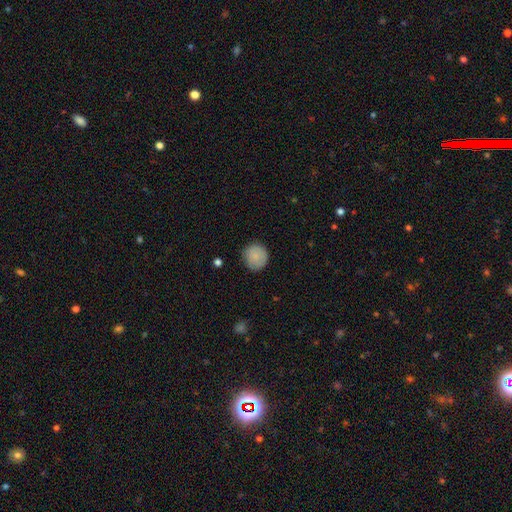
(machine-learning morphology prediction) Smooth or featured? smooth (83%)
How rounded? round (91%)
Merging? none (83%)